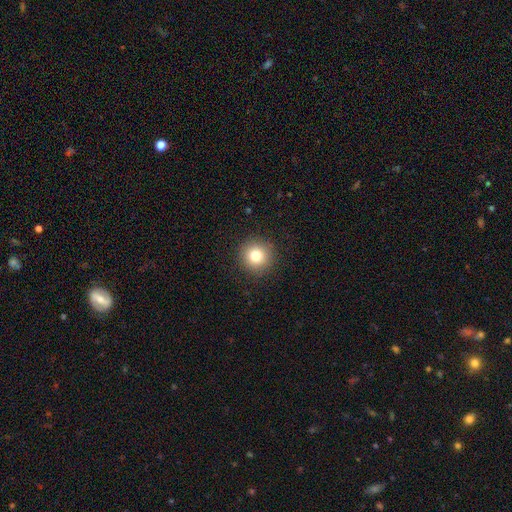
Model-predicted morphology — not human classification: type=smooth (79%); roundness=round (95%); merging=none (91%).